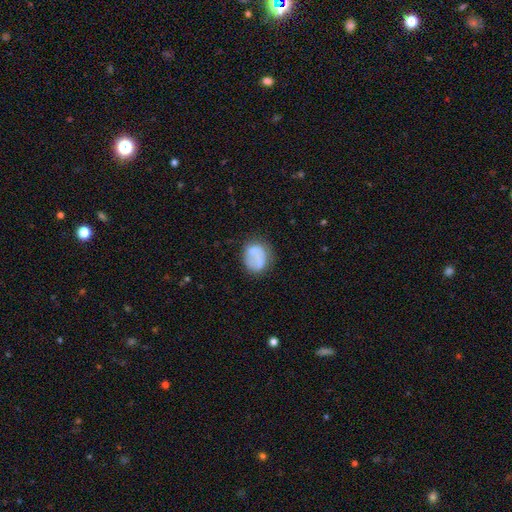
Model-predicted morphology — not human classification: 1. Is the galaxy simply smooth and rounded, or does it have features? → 64% smooth, 27% featured or disk, 9% star or artifact.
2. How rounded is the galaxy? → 57% round, 42% in between, 1% cigar-shaped.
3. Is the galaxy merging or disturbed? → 54% none, 24% minor disturbance, 12% major disturbance, 10% merger.